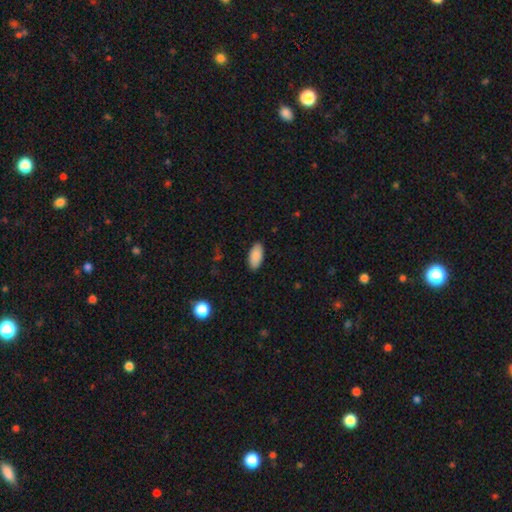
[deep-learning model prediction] This appears to be a smooth galaxy with no disk features (89%) that is in between round and cigar-shaped (92%). Merging: none (89%).